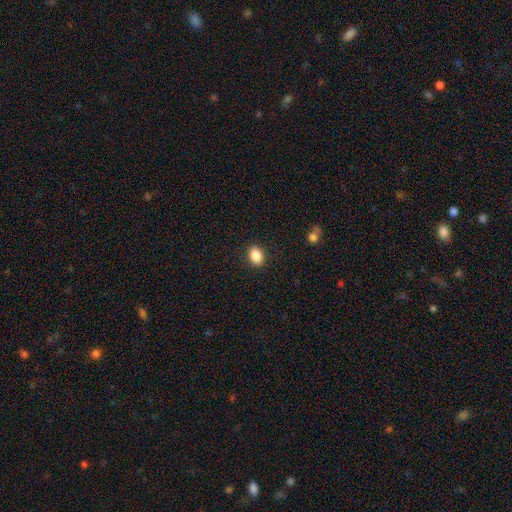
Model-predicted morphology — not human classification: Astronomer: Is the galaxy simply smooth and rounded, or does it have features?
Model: smooth — 88%.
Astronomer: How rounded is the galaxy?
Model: in between — 78%.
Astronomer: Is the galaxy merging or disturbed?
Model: none — 89%.